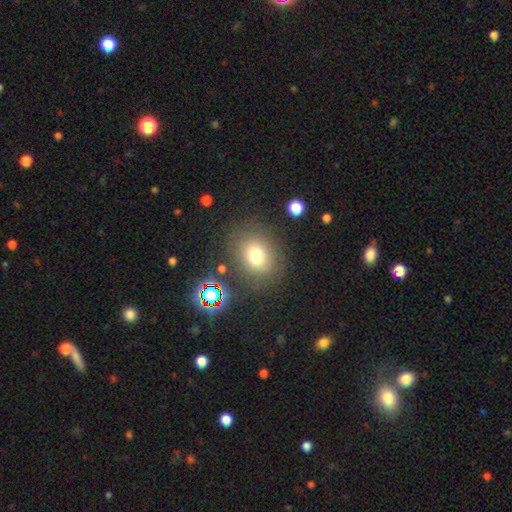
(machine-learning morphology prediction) Overall: smooth (75%). How rounded: round (58%; in between 41%). Merging: none (81%).